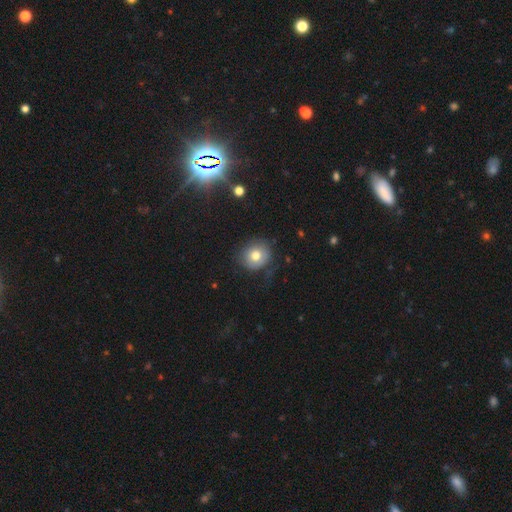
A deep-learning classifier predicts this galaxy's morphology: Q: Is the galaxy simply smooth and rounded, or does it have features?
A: smooth — 71%.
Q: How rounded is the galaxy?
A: round — 83%.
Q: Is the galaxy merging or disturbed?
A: none — 69%.